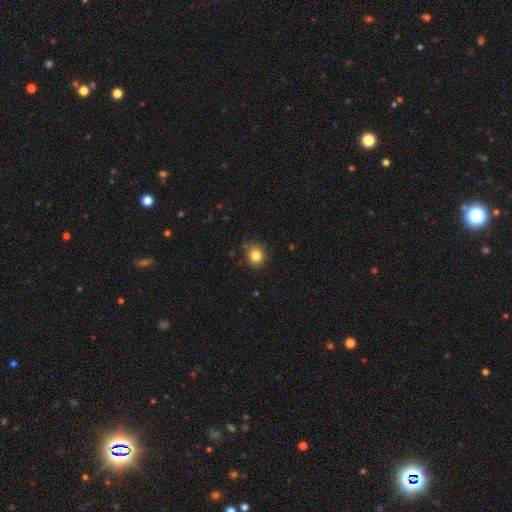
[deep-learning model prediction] Overall: smooth (83%). How rounded: round (79%). Merging: none (83%).